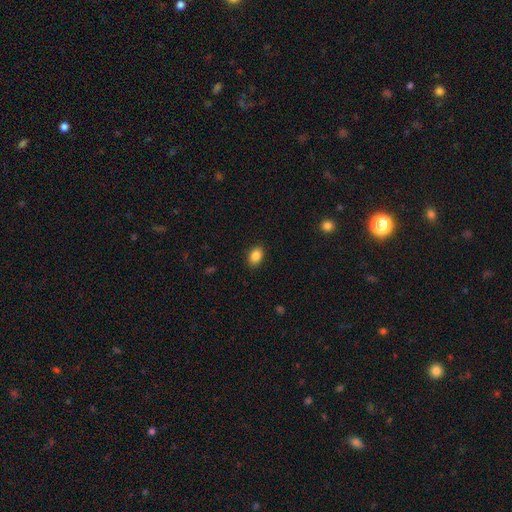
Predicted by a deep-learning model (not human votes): smooth-or-featured: smooth: 86% | star or artifact: 9% | featured or disk: 5%
  how-rounded: in between: 78% | round: 21% | cigar-shaped: 1%
  merging: none: 89% | minor disturbance: 8% | major disturbance: 2% | merger: 1%